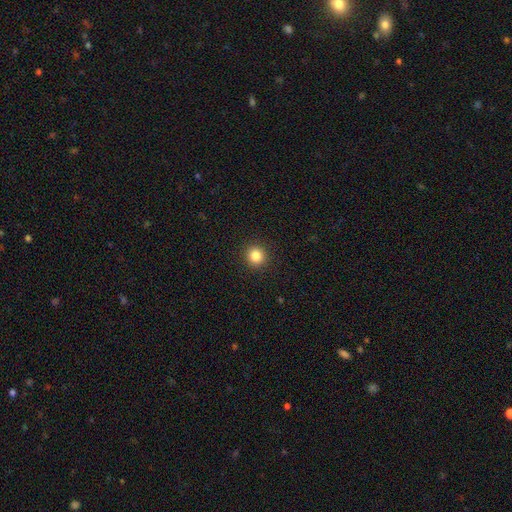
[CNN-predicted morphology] The model was most divided on "smooth or featured": smooth: 84%, star or artifact: 11%, featured or disk: 4%. More confident: how rounded — round (93%); merging — none (93%).